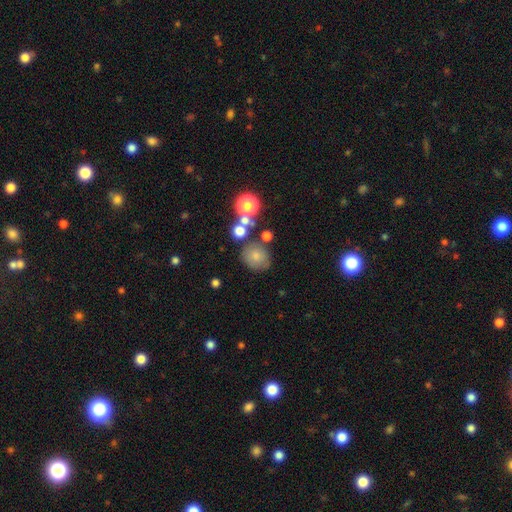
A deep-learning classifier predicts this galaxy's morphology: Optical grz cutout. It shows a smooth galaxy with no disk features (74%) that is round (81%). Merging: none (67%).